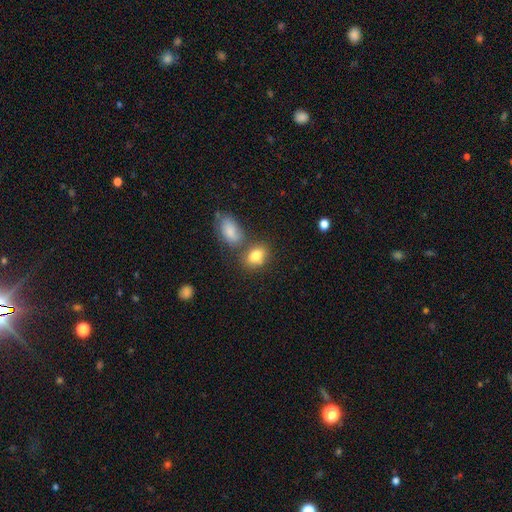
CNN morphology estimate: Smooth or featured?
  - smooth: 81% *
  - star or artifact: 10%
  - featured or disk: 9%
How rounded?
  - in between: 72% *
  - round: 27%
  - cigar-shaped: 2%
Merging?
  - none: 57% *
  - merger: 24%
  - minor disturbance: 14%
  - major disturbance: 5%